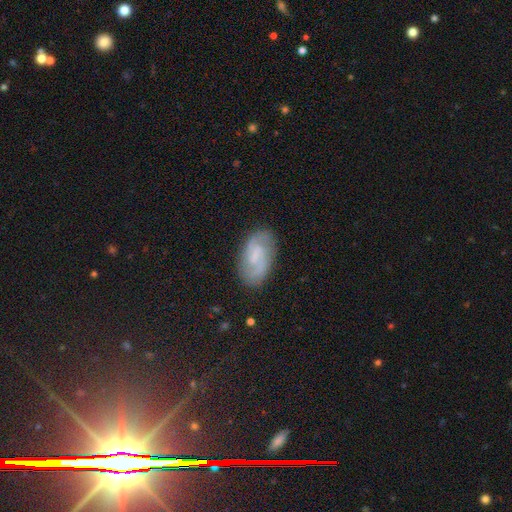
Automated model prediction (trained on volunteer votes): featured or disk 57%, smooth 33%, star or artifact 10%. Down the decision tree: edge-on disk — no (96%); bar — weak (50%); spiral arms — yes (87%); bulge size — small (41%); merging — none (80%).